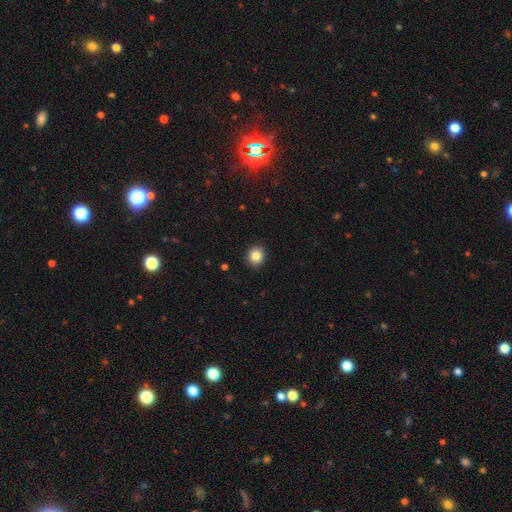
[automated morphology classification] Smooth or featured?
  - smooth: 86% *
  - star or artifact: 10%
  - featured or disk: 4%
How rounded?
  - round: 86% *
  - in between: 13%
  - cigar-shaped: 1%
Merging?
  - none: 91% *
  - minor disturbance: 6%
  - major disturbance: 2%
  - merger: 1%